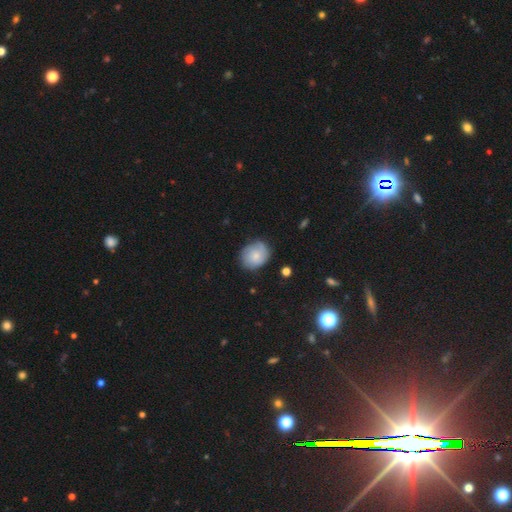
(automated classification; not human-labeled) Smooth or featured? Predicted: smooth (p=0.67). How rounded? Predicted: round (p=0.63). Merging? Predicted: none (p=0.72).